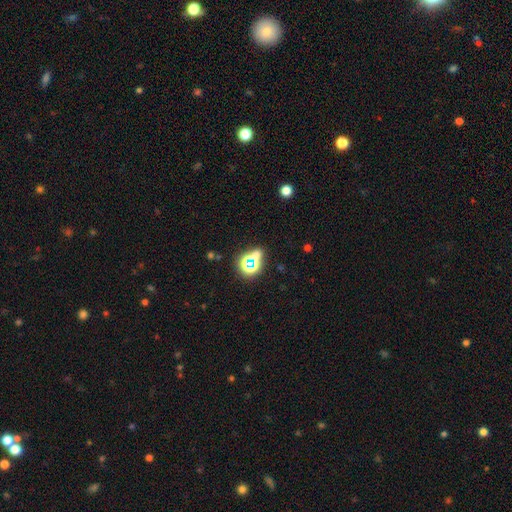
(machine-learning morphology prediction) A star or artifact, not a galaxy (60%).

Vote fractions:
- Smooth or featured? star or artifact: 60% / smooth: 29% / featured or disk: 10%